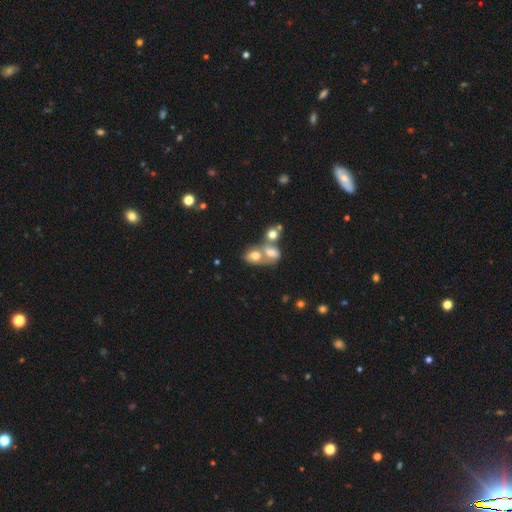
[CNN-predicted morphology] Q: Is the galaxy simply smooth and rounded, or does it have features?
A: smooth — 65%.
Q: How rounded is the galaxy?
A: in between — 65%.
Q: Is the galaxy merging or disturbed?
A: merger — 66%.